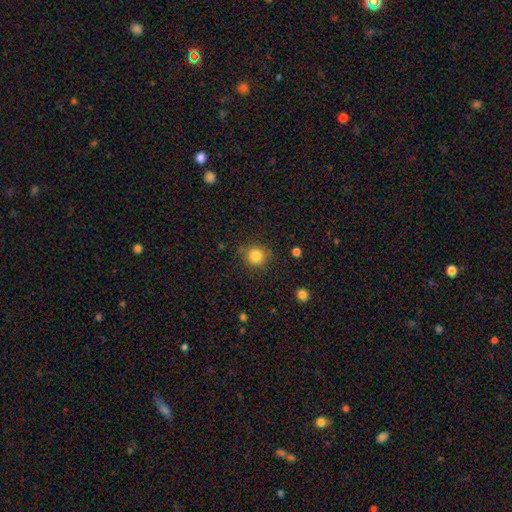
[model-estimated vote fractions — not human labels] Smooth or featured: smooth — 84% (star or artifact — 11%)
How rounded: round — 89% (in between — 10%)
Merging: none — 80% (minor disturbance — 13%)